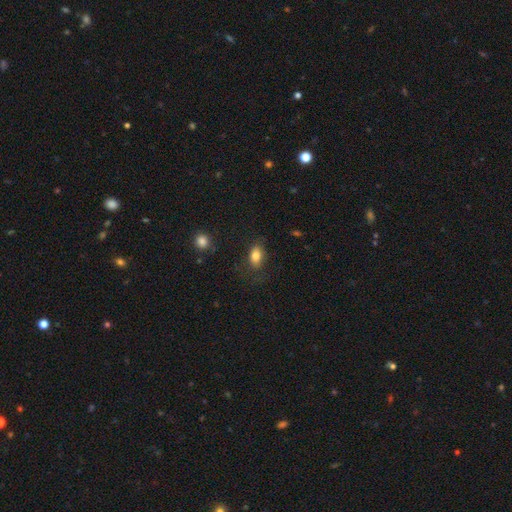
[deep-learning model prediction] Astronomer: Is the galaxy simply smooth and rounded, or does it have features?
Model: smooth — 83%.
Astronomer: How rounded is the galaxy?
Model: in between — 86%.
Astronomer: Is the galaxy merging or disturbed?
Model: none — 73%.